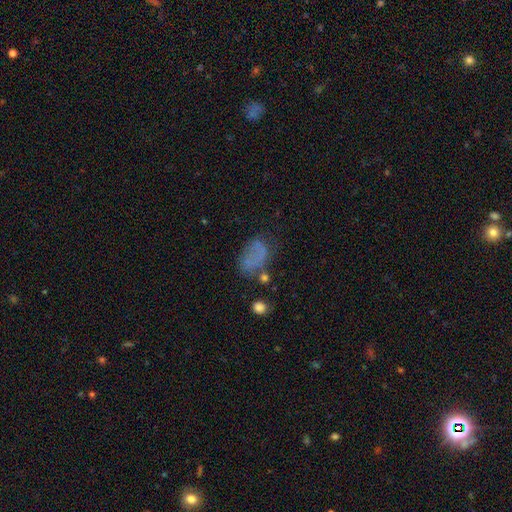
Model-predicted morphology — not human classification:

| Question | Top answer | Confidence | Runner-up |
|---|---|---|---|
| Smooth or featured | smooth | 56% | featured or disk (25%) |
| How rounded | in between | 84% | round (14%) |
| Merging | none | 43% | minor disturbance (24%) |